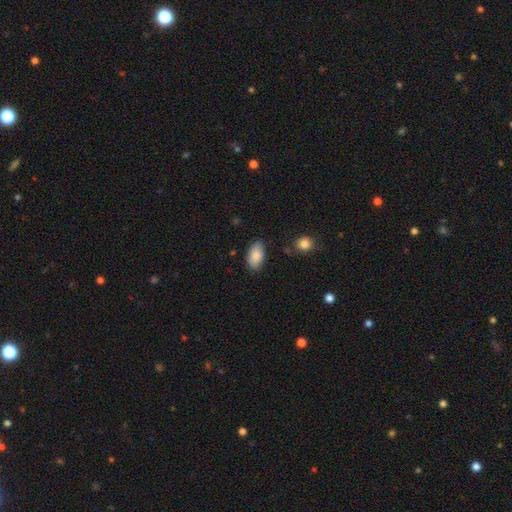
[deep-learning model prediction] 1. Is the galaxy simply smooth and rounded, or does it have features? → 87% smooth, 6% star or artifact, 6% featured or disk.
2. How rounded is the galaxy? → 94% in between, 4% round, 2% cigar-shaped.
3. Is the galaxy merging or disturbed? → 80% none, 15% minor disturbance, 3% major disturbance, 2% merger.